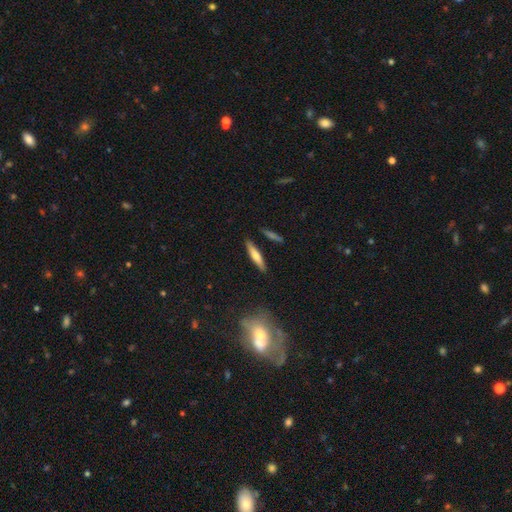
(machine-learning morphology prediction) type=smooth (58%); roundness=cigar-shaped (87%); merging=none (87%).